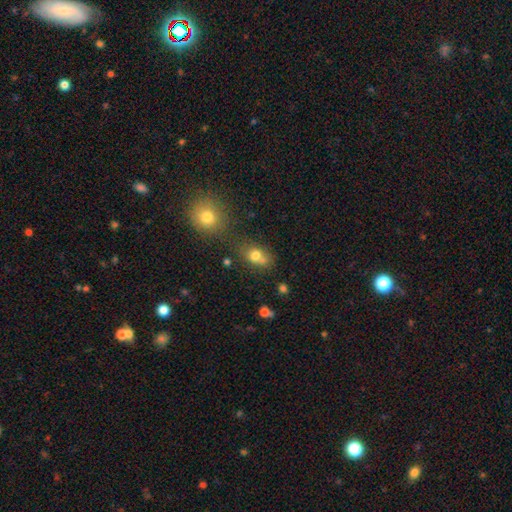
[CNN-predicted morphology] The model was most divided on "how rounded": in between: 49%, round: 48%, cigar-shaped: 2%. Remaining: smooth or featured — smooth (75%); merging — none (44%).